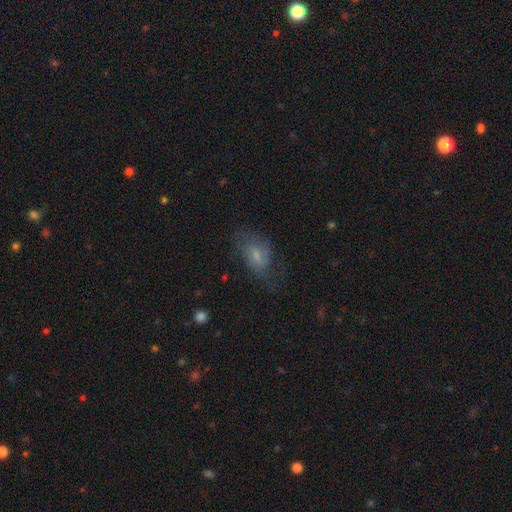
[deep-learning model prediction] smooth 45%, featured or disk 44%, star or artifact 12%. Down the decision tree: merging — none (51%).